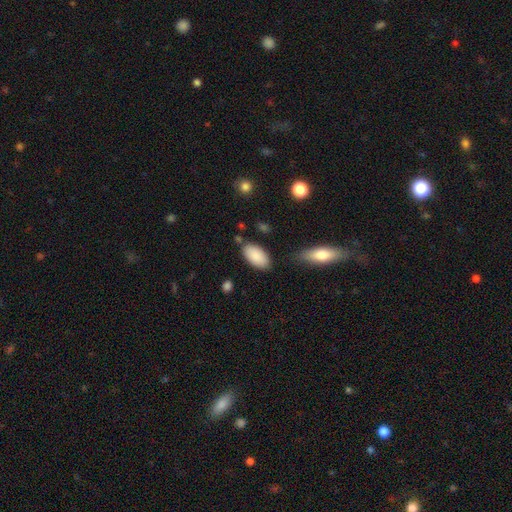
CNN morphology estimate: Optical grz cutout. It shows a smooth galaxy with no disk features (88%) that is in between round and cigar-shaped (95%). Merging: none (79%).